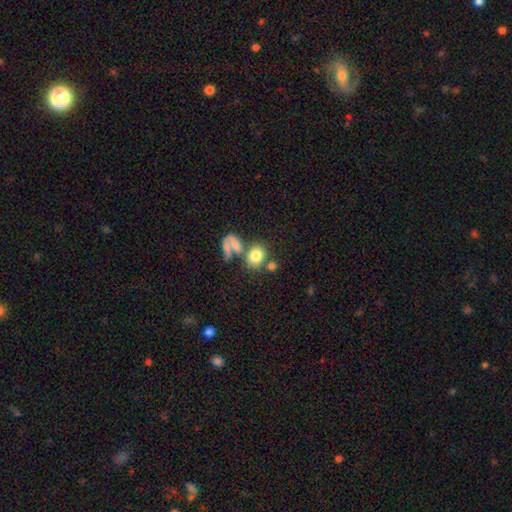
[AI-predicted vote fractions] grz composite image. It shows a smooth galaxy with no disk features (77%) that is in between round and cigar-shaped (53%). Merging: none (44%).